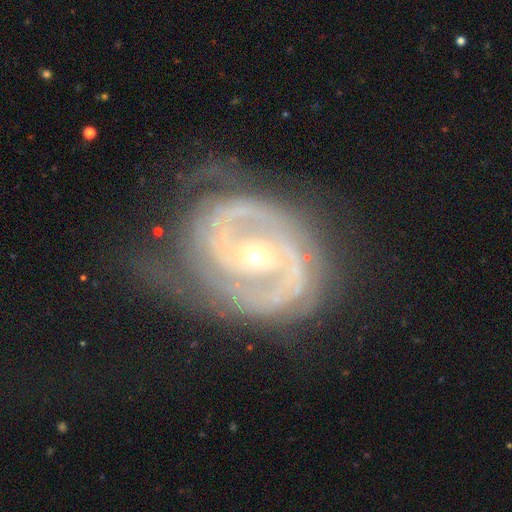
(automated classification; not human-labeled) smooth-or-featured: featured or disk: 88% | smooth: 6% | star or artifact: 6%
  disk-edge-on: no: 97% | yes: 3%
    bar: no: 57% | weak: 29% | strong: 14%
    has-spiral-arms: yes: 94% | no: 6%
      spiral-winding: tight: 60% | medium: 32% | loose: 8%
      spiral-arm-count: 2: 54% | can't tell: 21% | 3: 11% | 1: 5% | 4: 5% | more than 4: 4%
    bulge-size: small: 79% | moderate: 18% | large: 1% | none: 1% | dominant: 1%
  merging: none: 52% | minor disturbance: 26% | major disturbance: 21% | merger: 2%